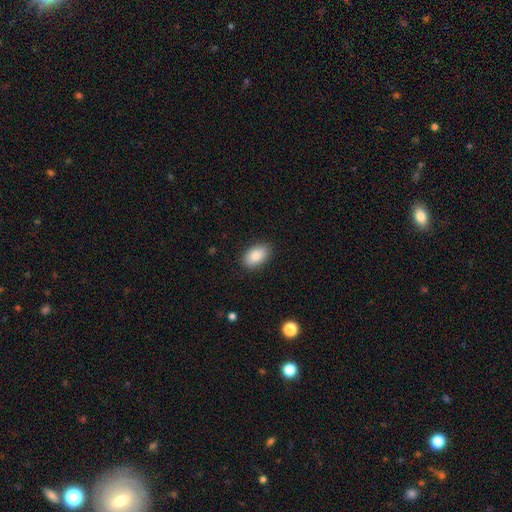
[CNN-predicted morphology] The model was most divided on "smooth or featured": smooth: 86%, featured or disk: 7%, star or artifact: 7%. More confident: how rounded — in between (93%); merging — none (88%).